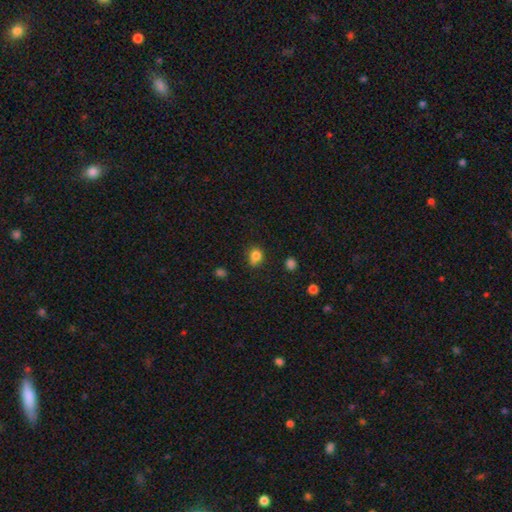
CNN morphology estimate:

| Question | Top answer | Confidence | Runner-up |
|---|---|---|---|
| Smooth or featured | smooth | 81% | star or artifact (12%) |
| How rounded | round | 64% | in between (35%) |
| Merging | none | 61% | minor disturbance (28%) |